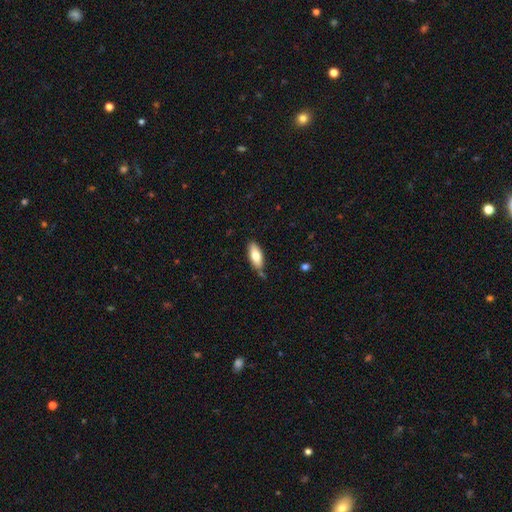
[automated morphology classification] Overall: smooth (73%). How rounded: in between (79%). Merging: none (76%).